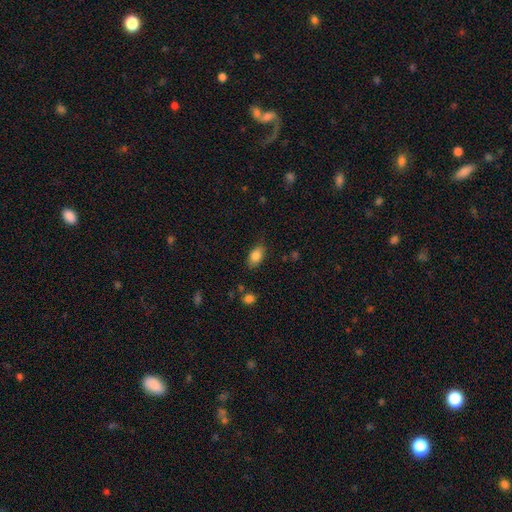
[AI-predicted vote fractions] This is clearly a smooth galaxy (84%). How rounded: clearly in between (88%). Merging: clearly none (80%).